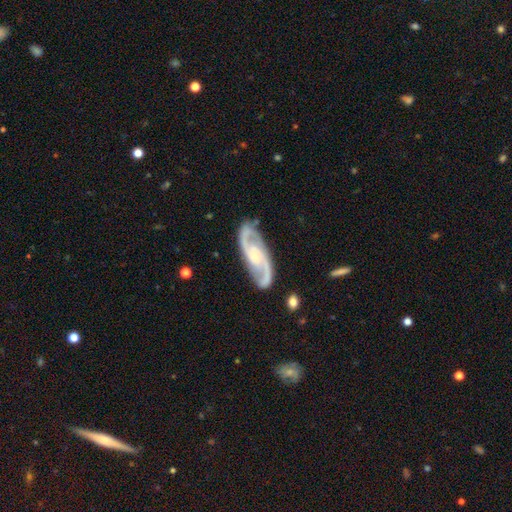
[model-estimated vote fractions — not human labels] Smooth or featured: featured or disk — 87% (smooth — 7%)
Edge-on disk: no — 93% (yes — 7%)
Bar: no — 50% (weak — 36%)
Spiral arms: yes — 97% (no — 3%)
Spiral winding: medium — 52% (loose — 26%)
Spiral arm count: 2 — 91% (can't tell — 3%)
Bulge size: small — 36% (moderate — 33%)
Merging: none — 80% (minor disturbance — 13%)